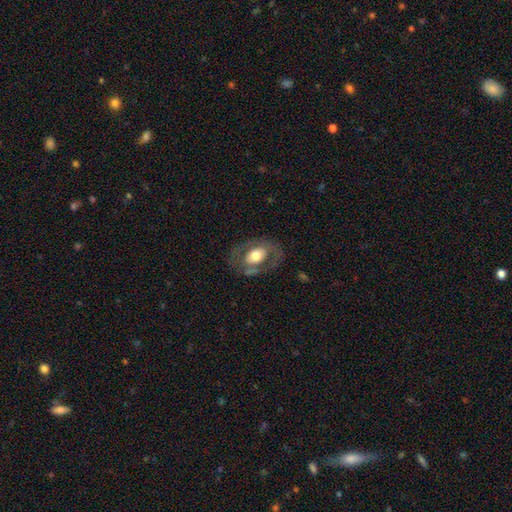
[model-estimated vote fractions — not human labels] Q: Smooth or featured?
A: featured or disk (50%); runner-up: smooth (44%)
Q: Merging?
A: none (72%); runner-up: minor disturbance (16%)